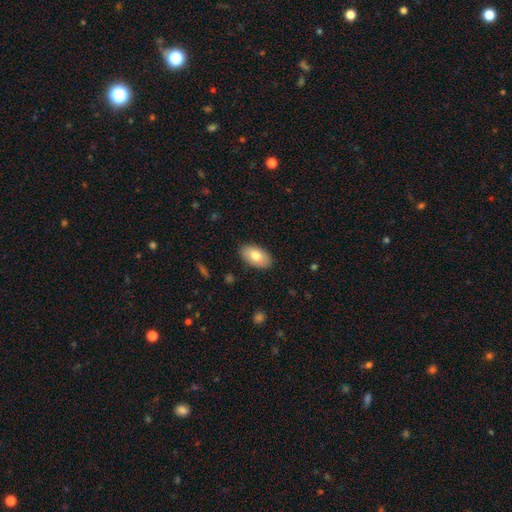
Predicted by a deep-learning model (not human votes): smooth-or-featured: smooth: 76% | featured or disk: 18% | star or artifact: 6%
  how-rounded: in between: 94% | round: 4% | cigar-shaped: 2%
  merging: none: 86% | minor disturbance: 11% | major disturbance: 2% | merger: 1%